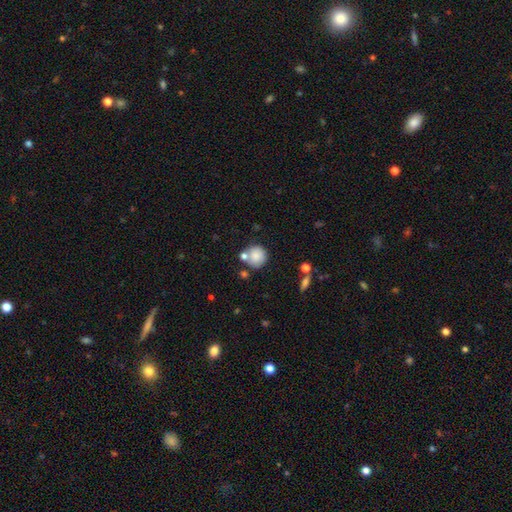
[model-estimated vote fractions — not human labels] smooth 82%, featured or disk 10%, star or artifact 8%. Down the decision tree: how rounded — round (90%); merging — none (61%).